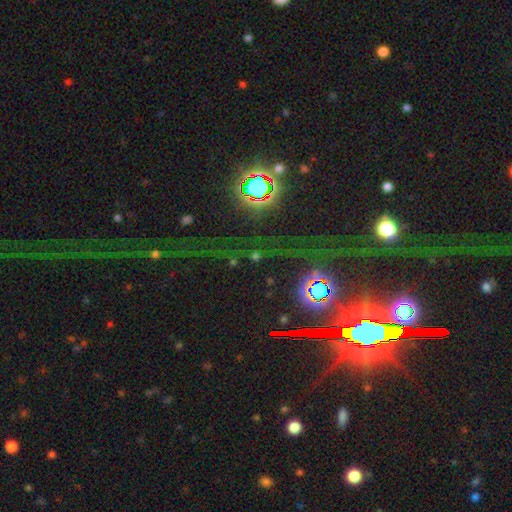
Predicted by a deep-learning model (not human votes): Smooth or featured?
  - star or artifact: 69% *
  - smooth: 19%
  - featured or disk: 12%